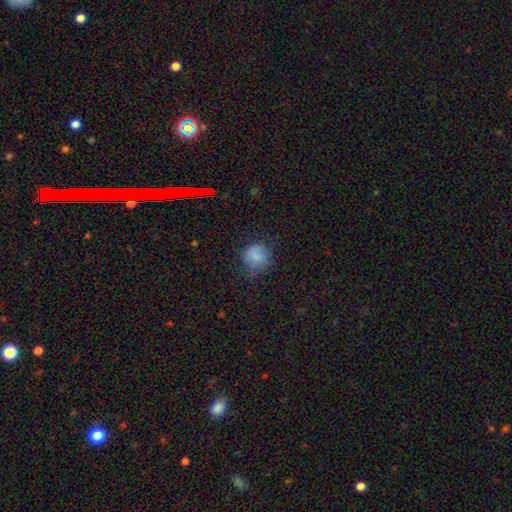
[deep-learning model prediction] This is clearly a smooth galaxy (80%). How rounded: clearly round (83%). Merging: likely none (68%).